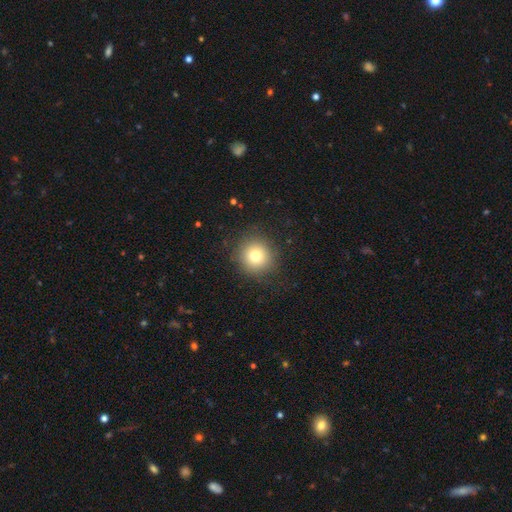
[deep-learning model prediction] Morphology: type=smooth (76%); roundness=round (93%); merging=none (89%).